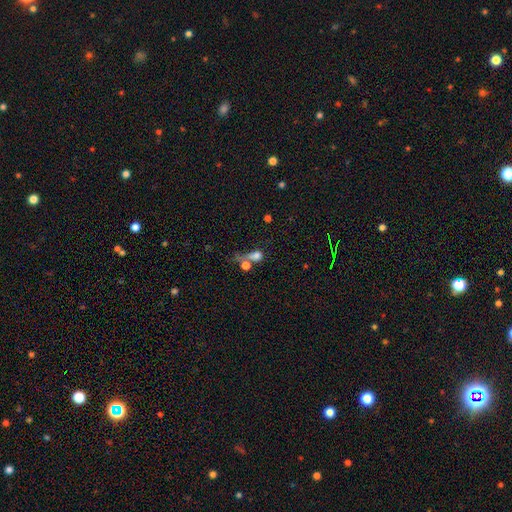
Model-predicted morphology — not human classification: Q: Smooth or featured?
A: smooth (66%); runner-up: star or artifact (18%)
Q: How rounded?
A: in between (47%); runner-up: round (46%)
Q: Merging?
A: merger (45%); runner-up: none (24%)